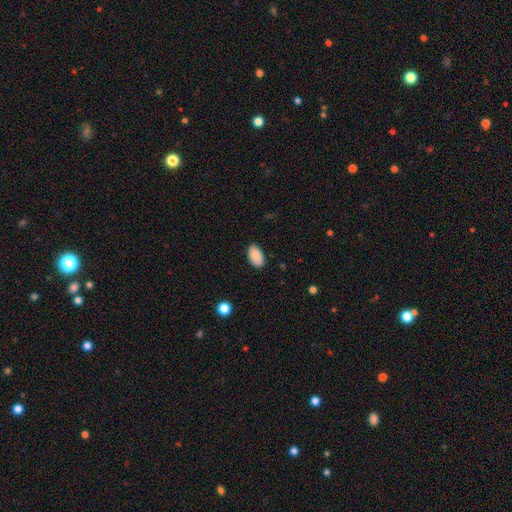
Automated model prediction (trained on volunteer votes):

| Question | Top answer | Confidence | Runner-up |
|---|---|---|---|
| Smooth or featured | smooth | 89% | star or artifact (7%) |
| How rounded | in between | 95% | round (3%) |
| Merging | none | 86% | minor disturbance (10%) |